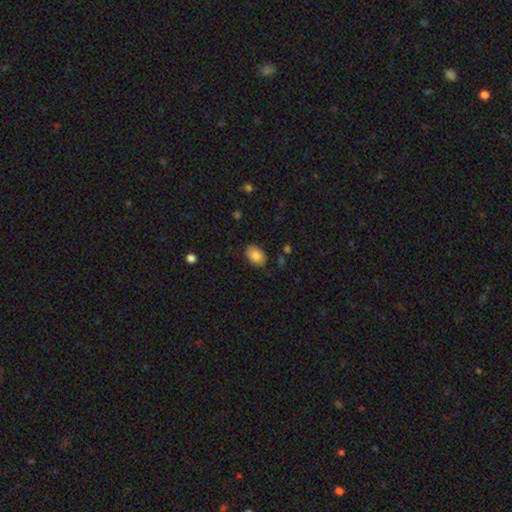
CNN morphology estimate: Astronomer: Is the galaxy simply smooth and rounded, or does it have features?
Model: smooth — 81%.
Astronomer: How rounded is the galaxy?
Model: in between — 85%.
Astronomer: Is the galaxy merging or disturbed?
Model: none — 82%.